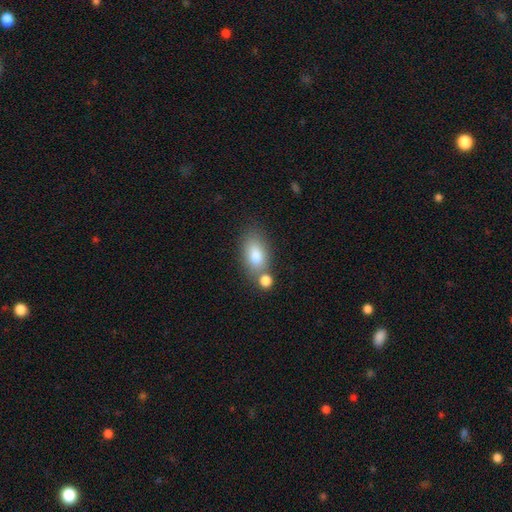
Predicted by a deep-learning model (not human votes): Smooth or featured? smooth (80%)
How rounded? in between (87%)
Merging? none (57%)